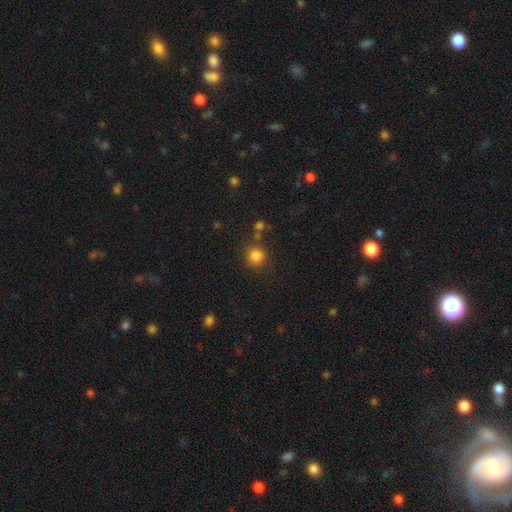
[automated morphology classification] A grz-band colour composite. It shows a smooth galaxy with no disk features (82%) that is round (88%). Merging: none (76%).